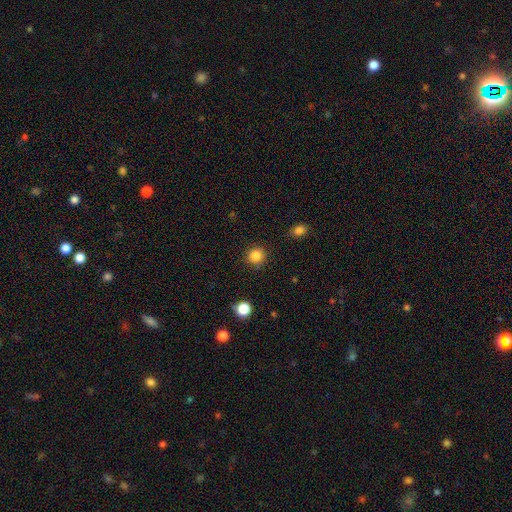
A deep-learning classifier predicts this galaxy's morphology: type=smooth (86%); roundness=round (92%); merging=none (89%).